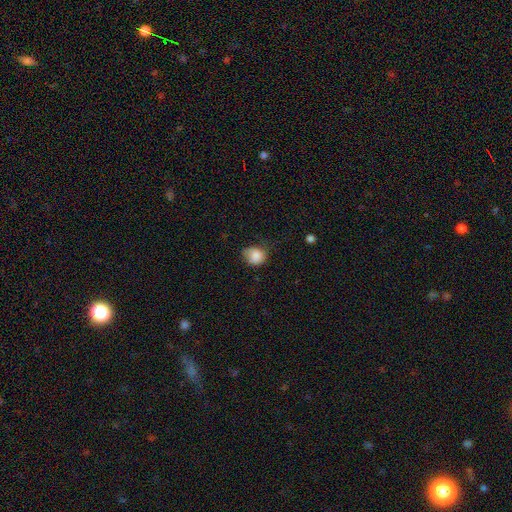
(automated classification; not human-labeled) Smooth or featured: smooth — 83% (featured or disk — 9%)
How rounded: round — 69% (in between — 30%)
Merging: none — 47% (minor disturbance — 36%)